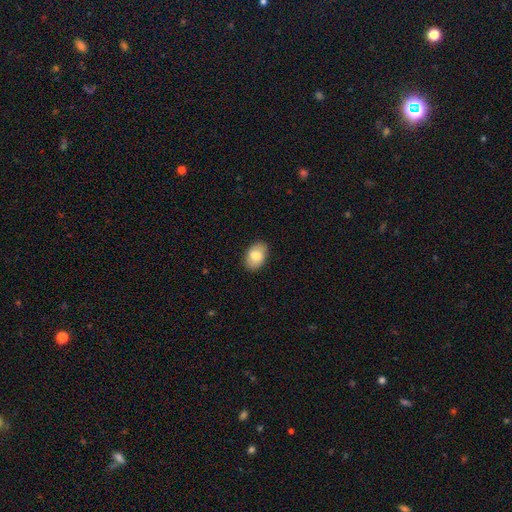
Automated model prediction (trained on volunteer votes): Q: Smooth or featured?
A: smooth (78%); runner-up: featured or disk (15%)
Q: How rounded?
A: in between (87%); runner-up: round (12%)
Q: Merging?
A: none (88%); runner-up: minor disturbance (9%)